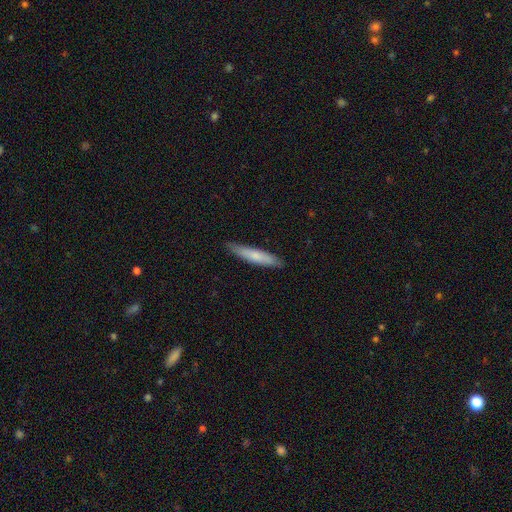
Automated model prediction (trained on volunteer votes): A smooth galaxy with no disk features (73%) that is cigar-shaped (88%). Merging: none (87%).